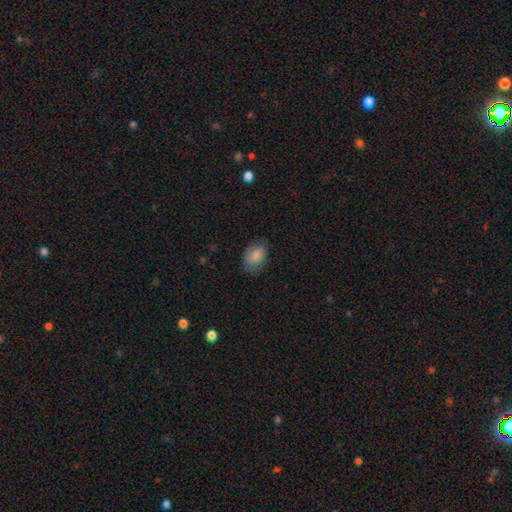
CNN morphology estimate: This appears to be a smooth galaxy with no disk features (85%) that is in between round and cigar-shaped (85%). Merging: none (74%).